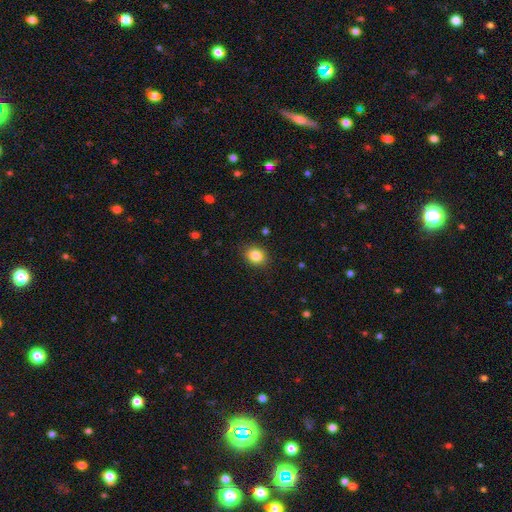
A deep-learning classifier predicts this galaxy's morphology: This appears to be a smooth galaxy with no disk features (85%) that is round (63%). Merging: none (88%).